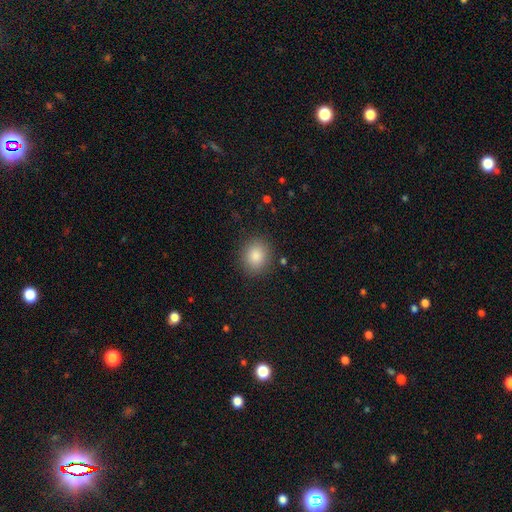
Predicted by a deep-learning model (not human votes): A smooth galaxy with no disk features (86%) that is round (71%).

Vote fractions:
- Smooth or featured? smooth: 86% / star or artifact: 9% / featured or disk: 5%
- How rounded? round: 71% / in between: 28% / cigar-shaped: 1%
- Merging? none: 88% / minor disturbance: 8% / major disturbance: 3% / merger: 1%